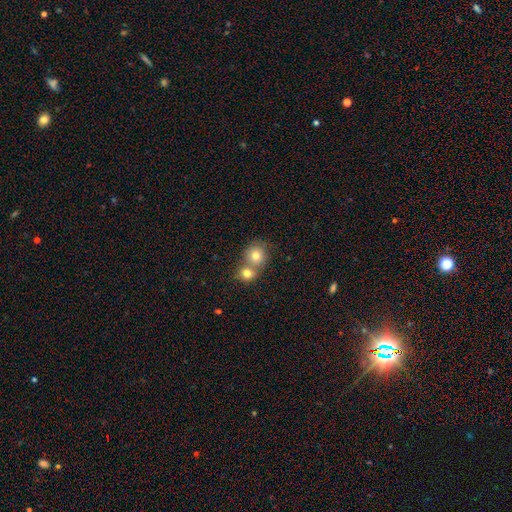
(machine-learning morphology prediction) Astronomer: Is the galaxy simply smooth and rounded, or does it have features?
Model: smooth — 77%.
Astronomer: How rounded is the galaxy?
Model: round — 83%.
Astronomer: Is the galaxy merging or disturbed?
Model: merger — 51% (runner-up: none, 40%).